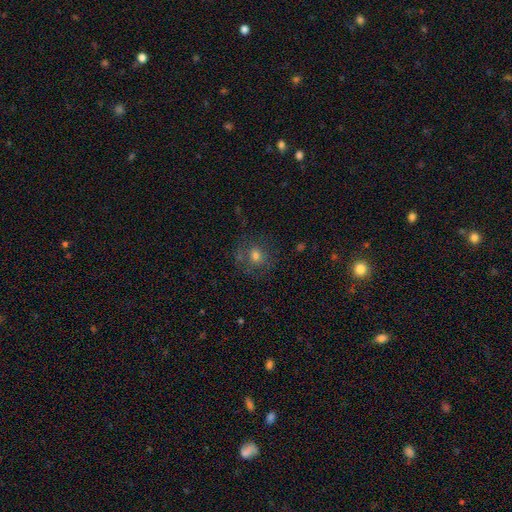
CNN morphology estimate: smooth 57%, star or artifact 22%, featured or disk 21%. Down the decision tree: how rounded — round (81%); merging — none (73%).